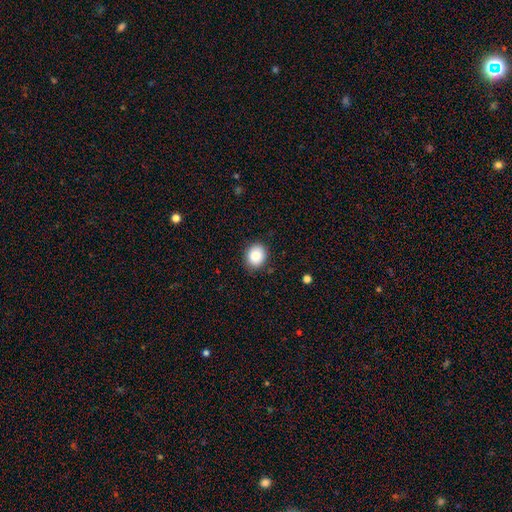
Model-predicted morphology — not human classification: Overall: smooth (87%). How rounded: round (58%; in between 42%). Merging: none (87%).